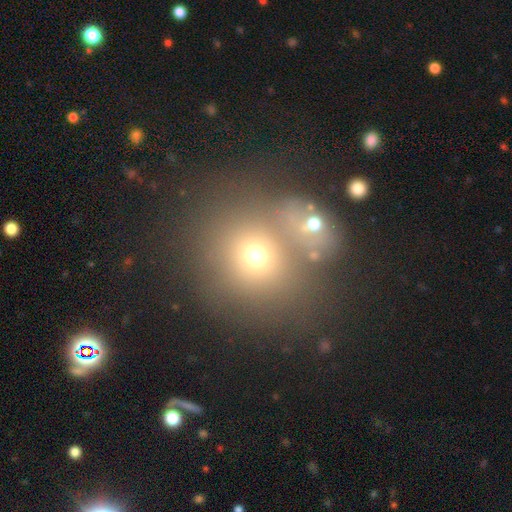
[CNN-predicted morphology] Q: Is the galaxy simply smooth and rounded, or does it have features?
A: smooth — 68%.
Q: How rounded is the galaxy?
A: round — 75%.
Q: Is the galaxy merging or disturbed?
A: none — 44%.